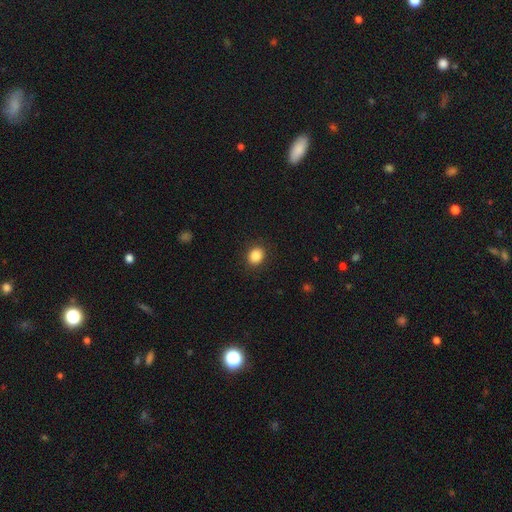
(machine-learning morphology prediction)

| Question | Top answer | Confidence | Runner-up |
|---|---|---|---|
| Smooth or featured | smooth | 86% | star or artifact (10%) |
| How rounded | round | 71% | in between (28%) |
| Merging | none | 90% | minor disturbance (7%) |